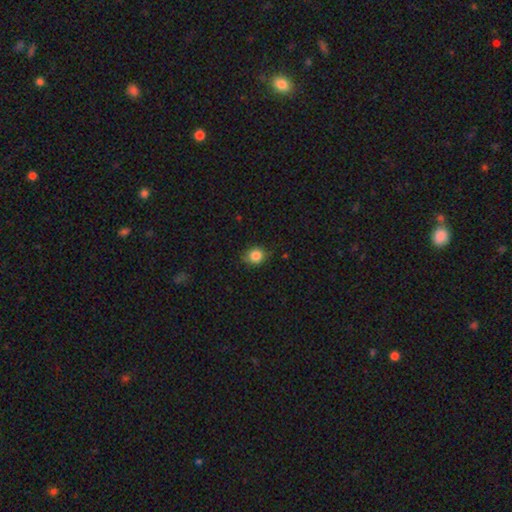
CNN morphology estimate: smooth_or_featured: smooth (p=0.84) [alt: star or artifact p=0.10]
how_rounded: round (p=0.72) [alt: in between p=0.27]
merging: none (p=0.76) [alt: minor disturbance p=0.20]